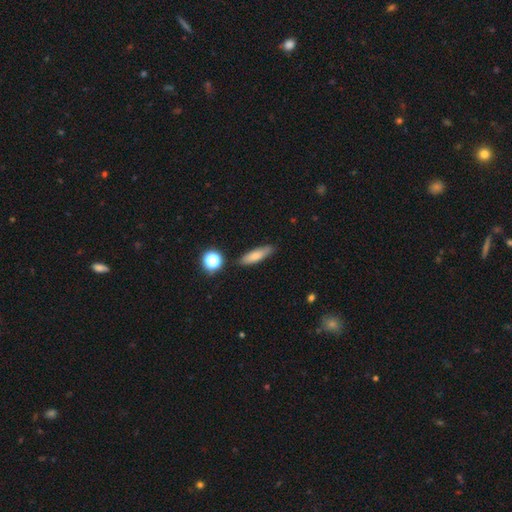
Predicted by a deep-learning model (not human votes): Smooth or featured?
  - smooth: 71% *
  - featured or disk: 19%
  - star or artifact: 10%
How rounded?
  - cigar-shaped: 60% *
  - in between: 36%
  - round: 4%
Merging?
  - none: 84% *
  - minor disturbance: 11%
  - merger: 3%
  - major disturbance: 2%